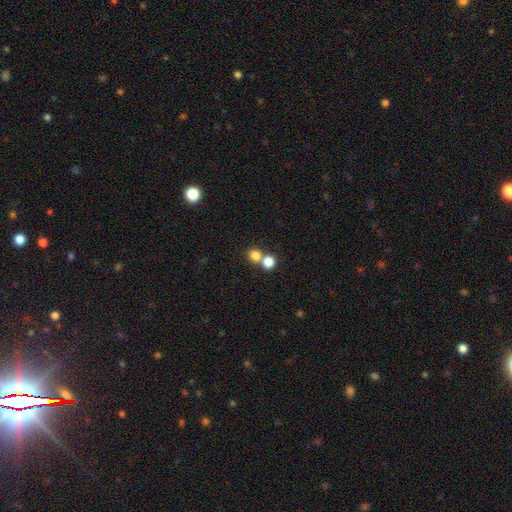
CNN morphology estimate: The model was most divided on "merging": none: 48%, merger: 44%, minor disturbance: 5%, major disturbance: 2%. More confident: how rounded — round (83%); smooth or featured — smooth (80%).